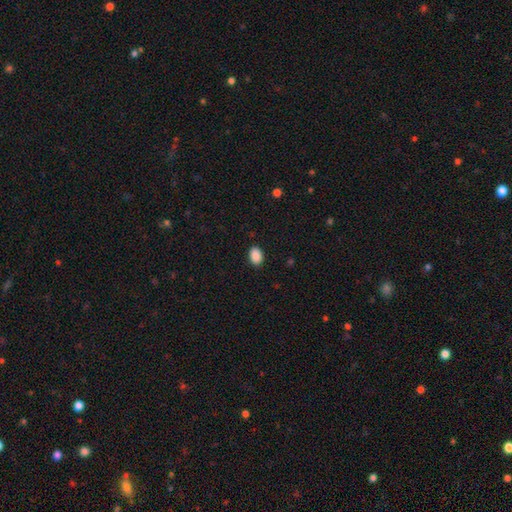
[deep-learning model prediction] smooth-or-featured: smooth: 90% | star or artifact: 7% | featured or disk: 2%
  how-rounded: in between: 84% | round: 15% | cigar-shaped: 1%
  merging: none: 89% | minor disturbance: 8% | major disturbance: 2% | merger: 1%